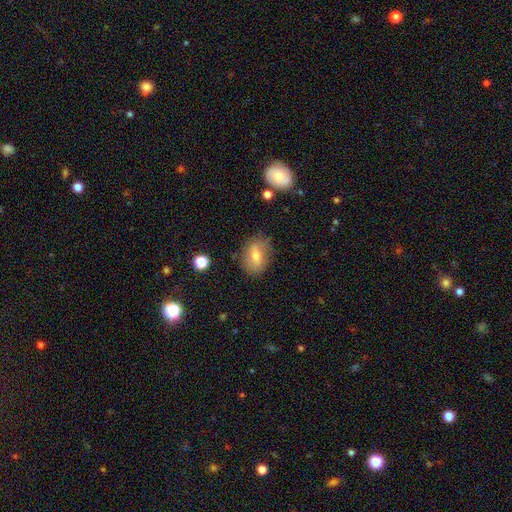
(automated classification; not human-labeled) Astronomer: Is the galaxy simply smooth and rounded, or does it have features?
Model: smooth — 60%.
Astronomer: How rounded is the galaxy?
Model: in between — 75%.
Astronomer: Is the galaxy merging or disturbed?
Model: none — 77%.